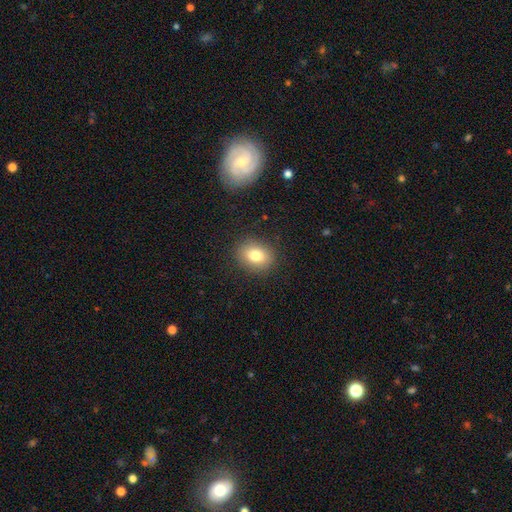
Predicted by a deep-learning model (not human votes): This appears to be a smooth galaxy with no disk features (79%) that is in between round and cigar-shaped (52%). Merging: none (87%).